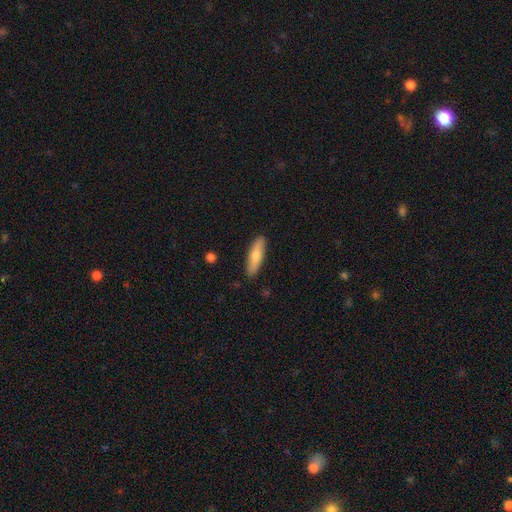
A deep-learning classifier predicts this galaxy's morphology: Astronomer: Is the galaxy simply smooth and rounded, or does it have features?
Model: smooth — 72%.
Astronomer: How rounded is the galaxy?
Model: cigar-shaped — 64%.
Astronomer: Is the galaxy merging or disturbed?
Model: none — 88%.